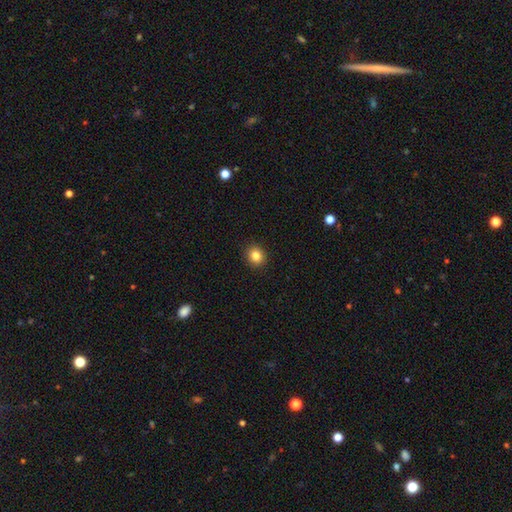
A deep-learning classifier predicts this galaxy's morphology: smooth 84%, star or artifact 11%, featured or disk 6%. Down the decision tree: how rounded — round (78%); merging — none (91%).